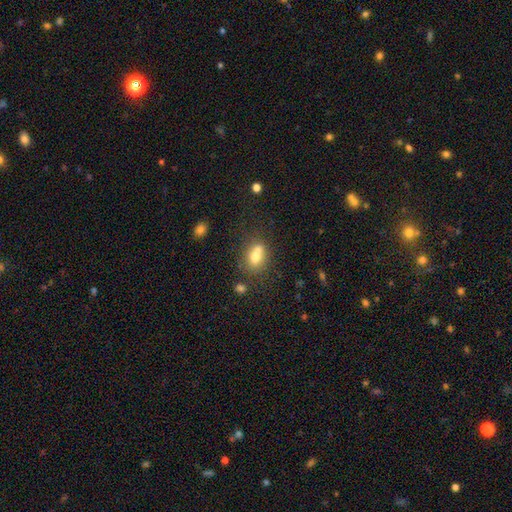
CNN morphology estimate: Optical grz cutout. It shows a smooth galaxy with no disk features (68%) that is in between round and cigar-shaped (55%). Merging: merger (48%).